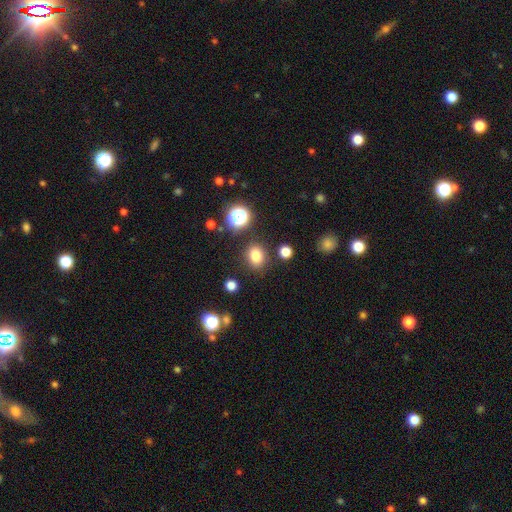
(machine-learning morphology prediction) Smooth or featured: smooth — 79% (star or artifact — 15%)
How rounded: round — 61% (in between — 38%)
Merging: none — 84% (minor disturbance — 9%)